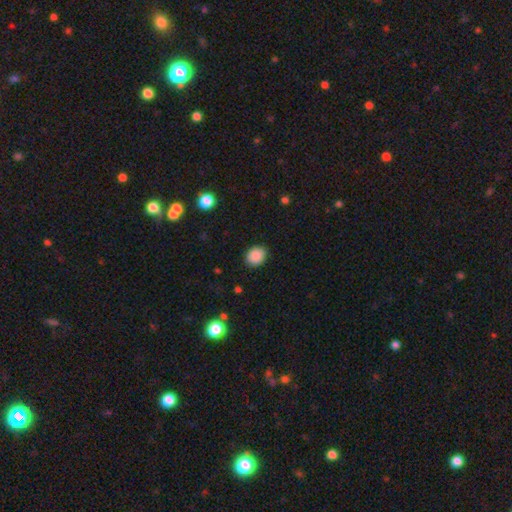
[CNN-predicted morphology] A smooth galaxy with no disk features (88%) that is round (53%).

Vote fractions:
- Smooth or featured? smooth: 88% / star or artifact: 8% / featured or disk: 3%
- How rounded? round: 53% / in between: 46% / cigar-shaped: 1%
- Merging? none: 87% / minor disturbance: 10% / major disturbance: 2% / merger: 1%